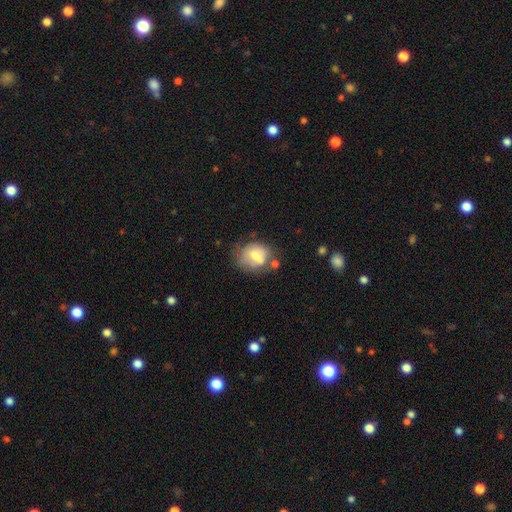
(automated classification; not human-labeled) smooth-or-featured: smooth: 62% | featured or disk: 29% | star or artifact: 9%
  how-rounded: round: 52% | in between: 47% | cigar-shaped: 1%
  merging: none: 45% | minor disturbance: 25% | merger: 19% | major disturbance: 11%